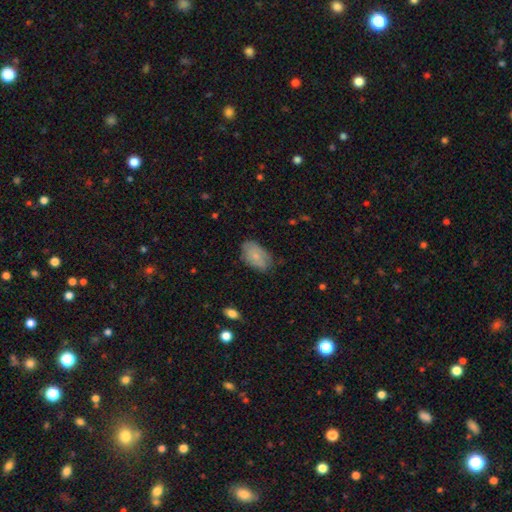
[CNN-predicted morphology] smooth-or-featured: smooth: 72% | featured or disk: 21% | star or artifact: 7%
  how-rounded: in between: 91% | round: 7% | cigar-shaped: 2%
  merging: none: 69% | minor disturbance: 25% | major disturbance: 5% | merger: 1%